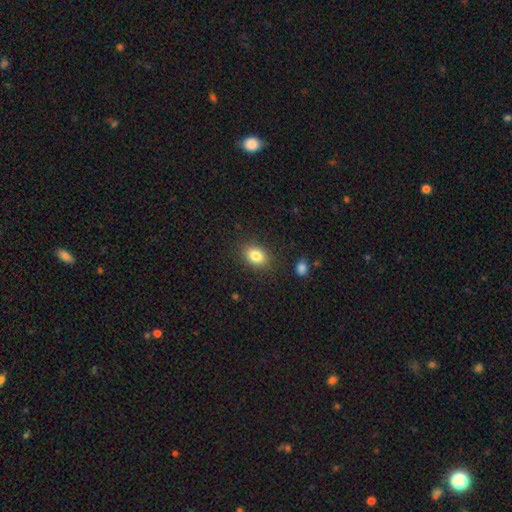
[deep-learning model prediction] The model was most divided on "how rounded": in between: 70%, round: 29%, cigar-shaped: 1%. More confident: merging — none (85%); smooth or featured — smooth (83%).